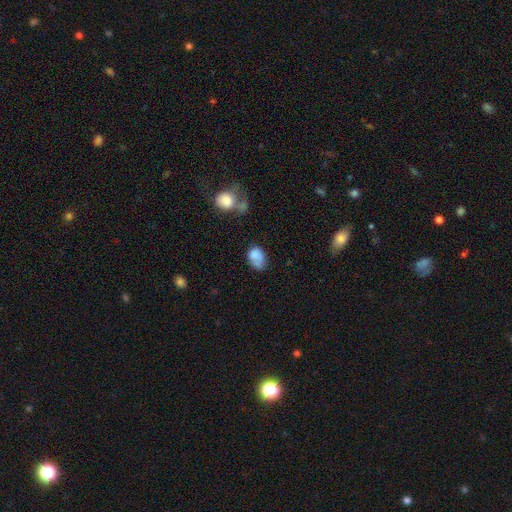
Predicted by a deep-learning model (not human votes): The model was most divided on "merging": none: 34%, minor disturbance: 27%, major disturbance: 20%, merger: 19%. More confident: how rounded — in between (74%); smooth or featured — smooth (72%).